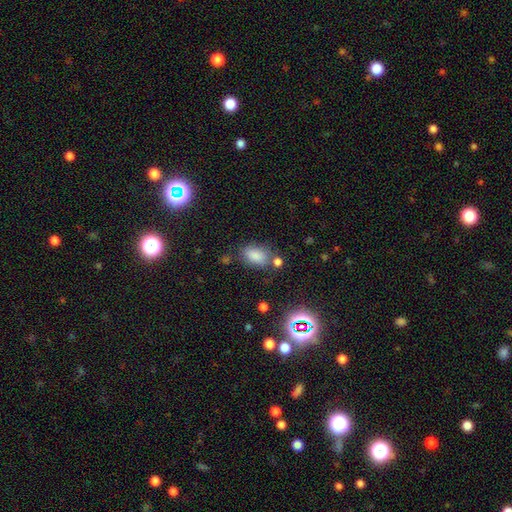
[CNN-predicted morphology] smooth 82%, star or artifact 11%, featured or disk 7%. Down the decision tree: how rounded — in between (87%); merging — none (66%).